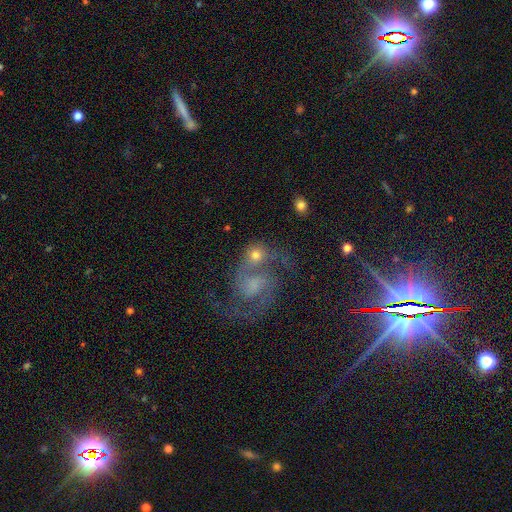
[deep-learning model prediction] Morphology: type=featured or disk (62%); edge-on=no (97%); bar=no (57%); spiral arms=yes (88%); winding=medium (53%); arm count=2 (87%); bulge=moderate (38%); merging=none (44%).